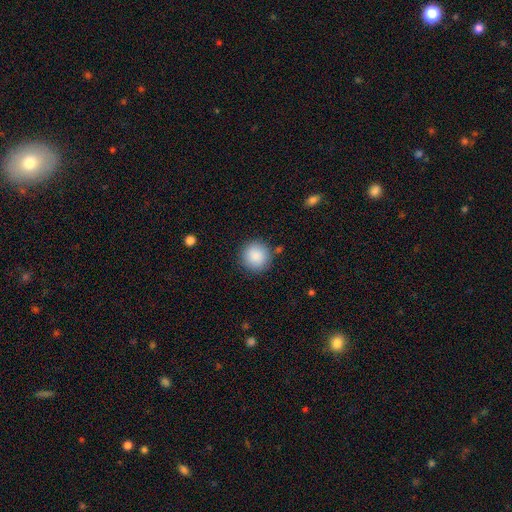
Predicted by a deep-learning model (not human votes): This is clearly a smooth galaxy (88%). How rounded: clearly round (95%). Merging: clearly none (87%).